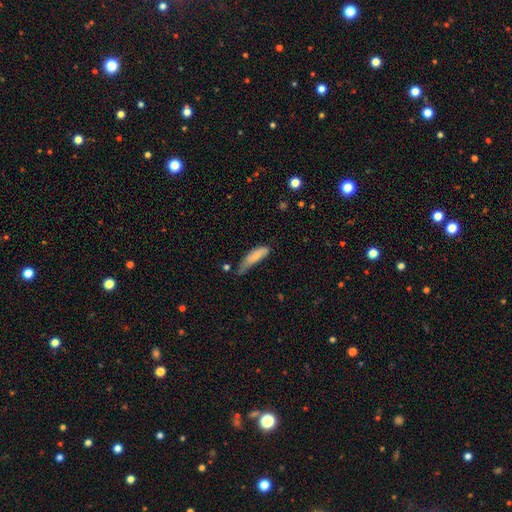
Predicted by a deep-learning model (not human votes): The model was most divided on "how rounded": cigar-shaped: 53%, in between: 45%, round: 2%. Remaining: smooth or featured — smooth (76%); merging — minor disturbance (42%).